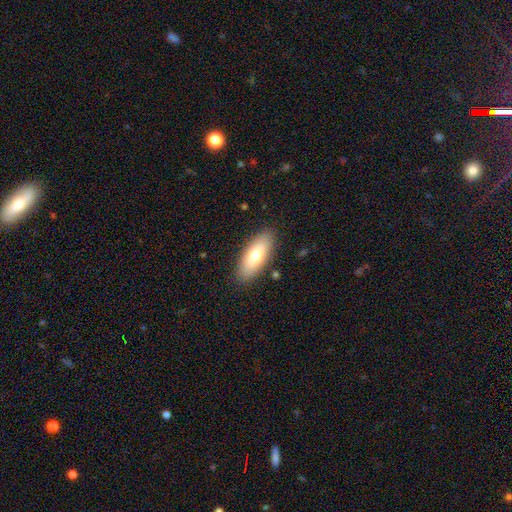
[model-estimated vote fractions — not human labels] A smooth galaxy with no disk features (75%) that is in between round and cigar-shaped (77%).

Vote fractions:
- Smooth or featured? smooth: 75% / featured or disk: 19% / star or artifact: 6%
- How rounded? in between: 77% / cigar-shaped: 21% / round: 2%
- Merging? none: 87% / minor disturbance: 9% / major disturbance: 2% / merger: 1%